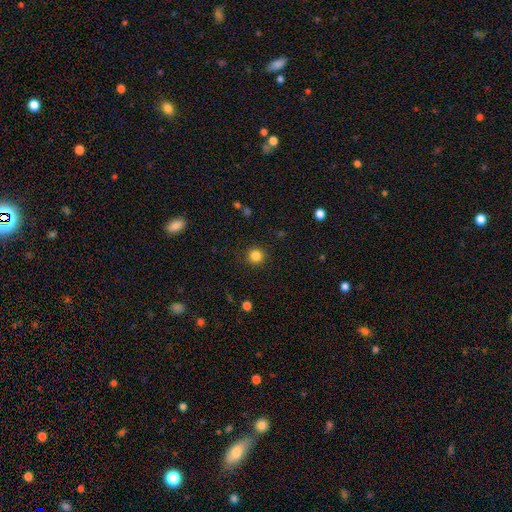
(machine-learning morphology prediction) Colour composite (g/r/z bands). It shows a smooth galaxy with no disk features (84%) that is round (94%). Merging: none (91%).